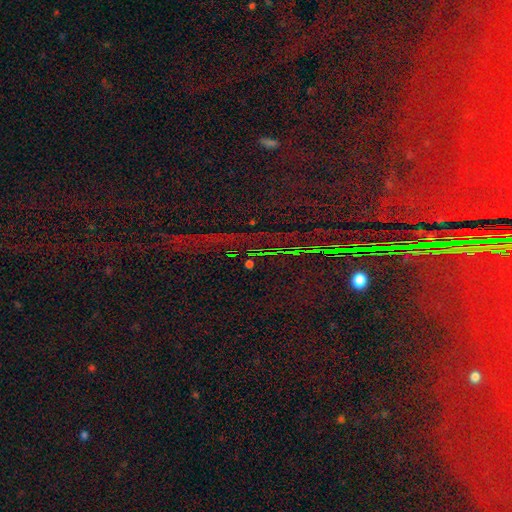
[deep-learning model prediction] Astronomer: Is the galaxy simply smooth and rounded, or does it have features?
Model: star or artifact — 84%.